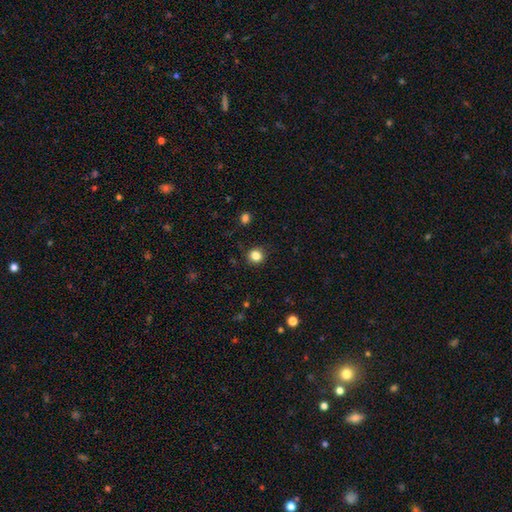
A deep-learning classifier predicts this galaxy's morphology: Smooth or featured? Predicted: smooth (p=0.84). How rounded? Predicted: round (p=0.92). Merging? Predicted: none (p=0.90).